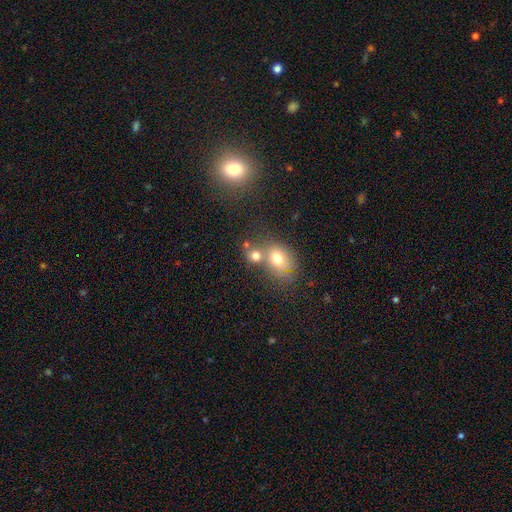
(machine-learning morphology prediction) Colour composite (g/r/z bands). It shows a smooth galaxy with no disk features (72%) that is round (59%). Merging: merger (48%).